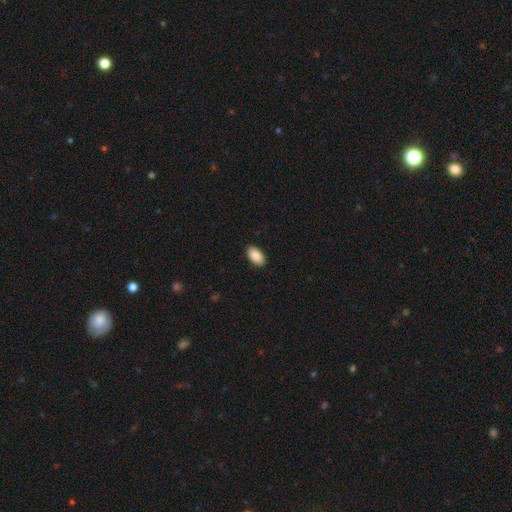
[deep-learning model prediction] The model was most divided on "merging": none: 89%, minor disturbance: 8%, major disturbance: 2%, merger: 1%. More confident: how rounded — in between (95%); smooth or featured — smooth (89%).